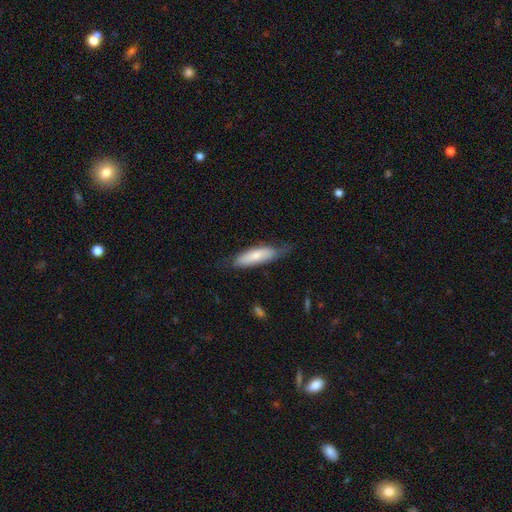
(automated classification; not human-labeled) This is likely a smooth galaxy (68%). How rounded: possibly cigar-shaped (52%). Merging: likely none (61%).